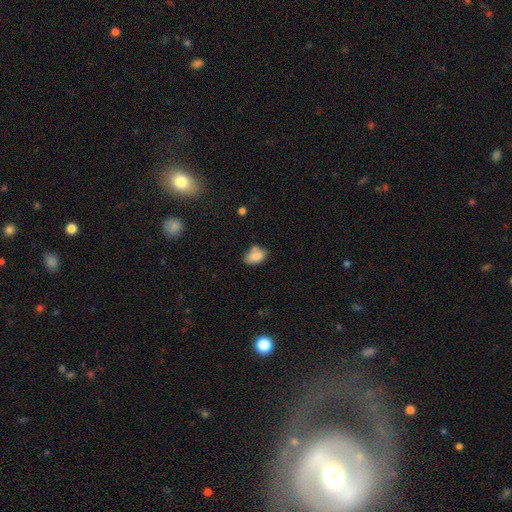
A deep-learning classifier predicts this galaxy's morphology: Q: Smooth or featured?
A: smooth (83%); runner-up: star or artifact (9%)
Q: How rounded?
A: in between (86%); runner-up: round (12%)
Q: Merging?
A: none (56%); runner-up: minor disturbance (27%)